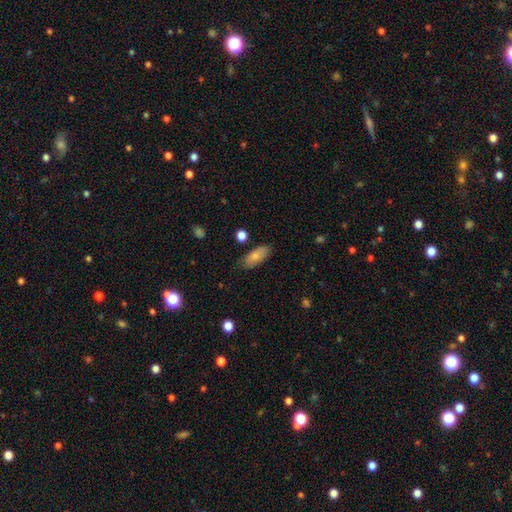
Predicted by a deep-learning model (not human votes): This is clearly a smooth galaxy (81%). How rounded: clearly in between (84%). Merging: clearly none (80%).